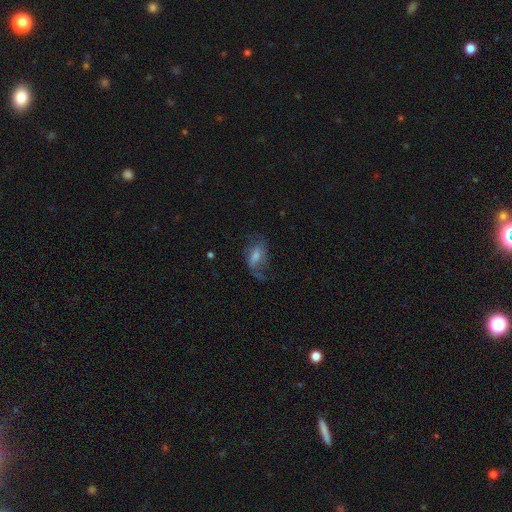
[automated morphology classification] type=featured or disk (49%); merging=none (43%).